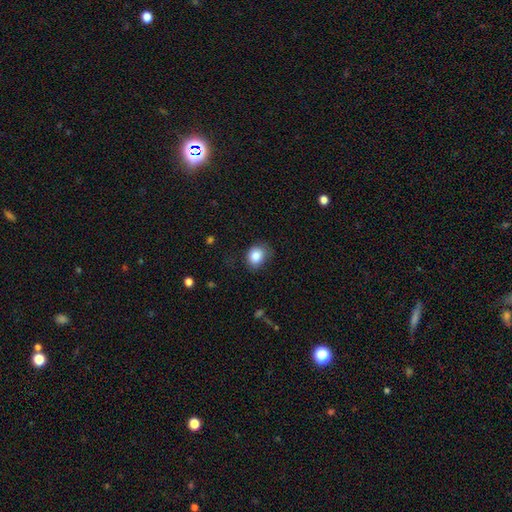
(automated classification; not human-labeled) smooth_or_featured: smooth (p=0.85) [alt: star or artifact p=0.09]
how_rounded: round (p=0.53) [alt: in between p=0.46]
merging: none (p=0.70) [alt: minor disturbance p=0.23]